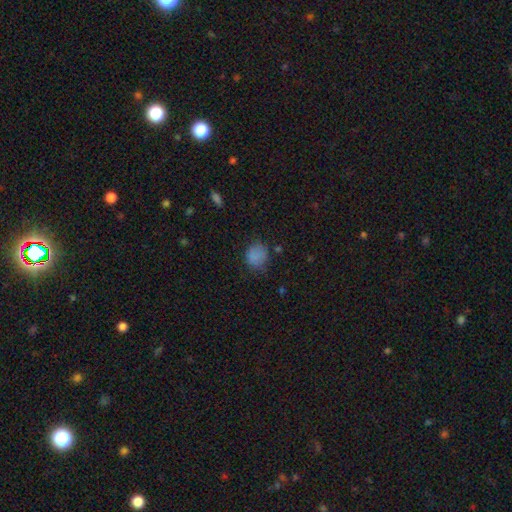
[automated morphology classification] Smooth or featured? Predicted: smooth (p=0.80). How rounded? Predicted: round (p=0.72). Merging? Predicted: none (p=0.68).